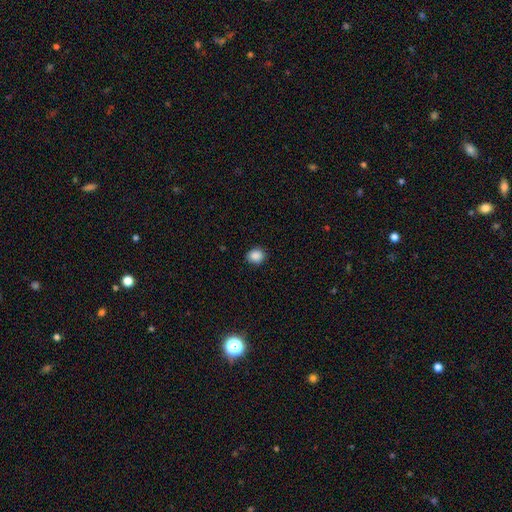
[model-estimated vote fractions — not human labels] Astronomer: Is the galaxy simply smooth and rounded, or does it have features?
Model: smooth — 88%.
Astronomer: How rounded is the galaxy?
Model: round — 71%.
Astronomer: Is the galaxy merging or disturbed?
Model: none — 87%.